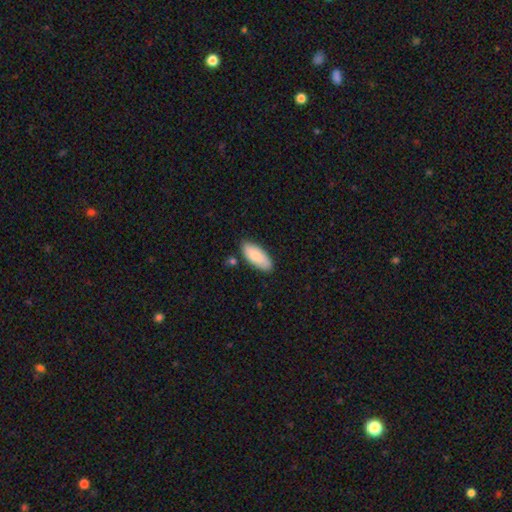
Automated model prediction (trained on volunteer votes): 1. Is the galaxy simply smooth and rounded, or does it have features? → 87% smooth, 7% featured or disk, 5% star or artifact.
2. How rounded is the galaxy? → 85% in between, 14% cigar-shaped, 2% round.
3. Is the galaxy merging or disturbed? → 82% none, 12% minor disturbance, 3% merger, 2% major disturbance.